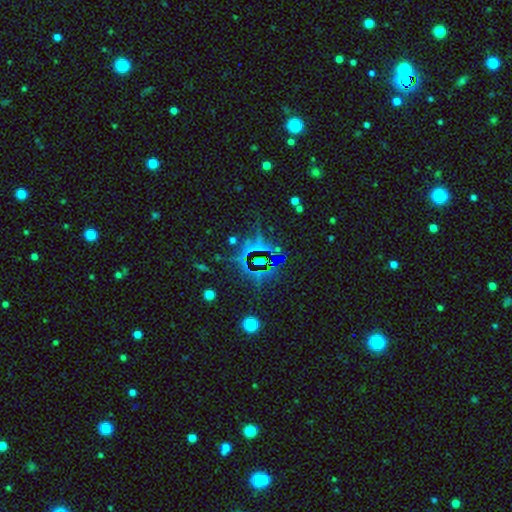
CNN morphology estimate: Smooth or featured? star or artifact (77%)